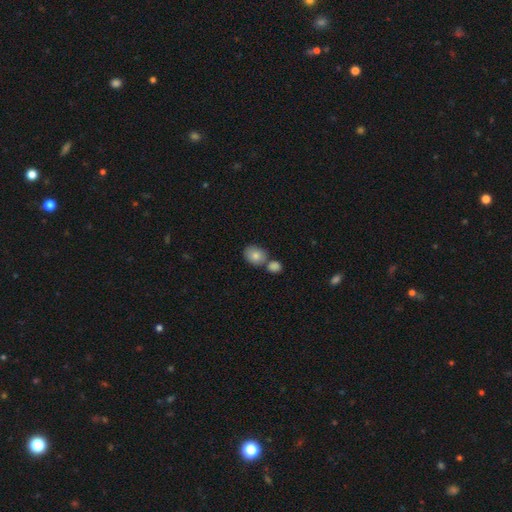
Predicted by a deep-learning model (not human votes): Smooth or featured?
  - smooth: 81% *
  - featured or disk: 11%
  - star or artifact: 8%
How rounded?
  - in between: 52% *
  - round: 47%
  - cigar-shaped: 1%
Merging?
  - none: 47% *
  - merger: 38%
  - minor disturbance: 11%
  - major disturbance: 3%